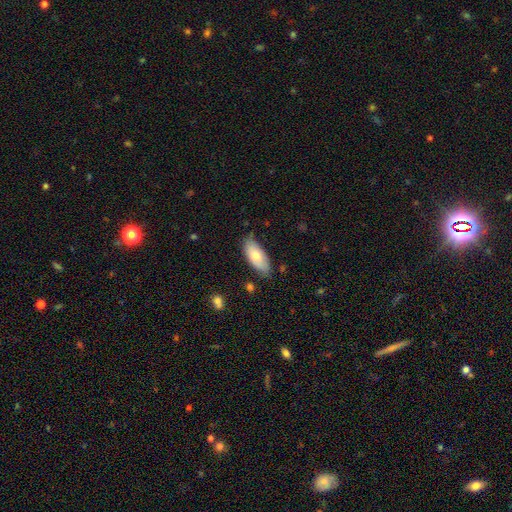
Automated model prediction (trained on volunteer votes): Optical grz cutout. It shows a smooth galaxy with no disk features (72%) that is in between round and cigar-shaped (88%). Merging: none (74%).